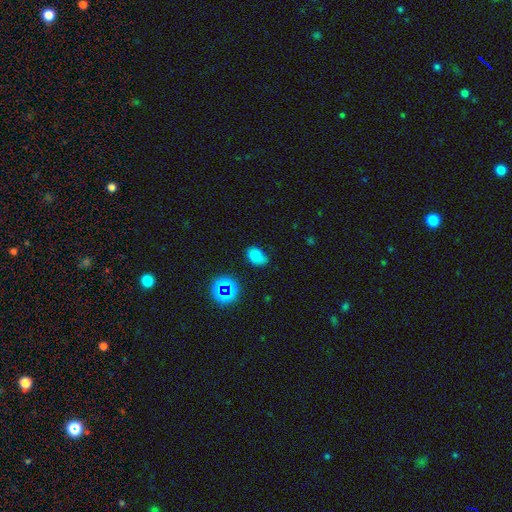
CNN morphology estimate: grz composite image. It shows a smooth galaxy with no disk features (76%) that is in between round and cigar-shaped (82%). Merging: none (65%).